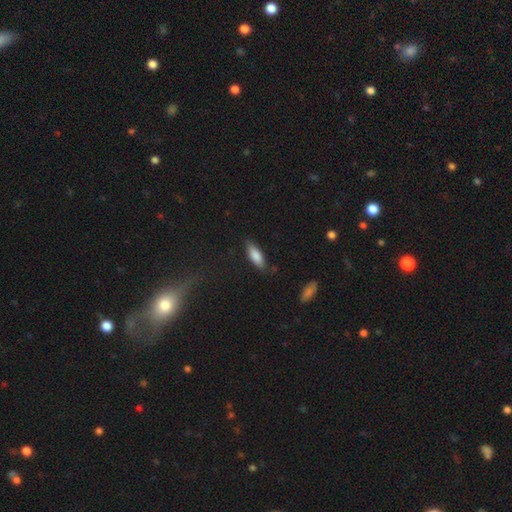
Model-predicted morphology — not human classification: Smooth or featured?
  - smooth: 81% *
  - featured or disk: 13%
  - star or artifact: 6%
How rounded?
  - in between: 58% *
  - cigar-shaped: 41%
  - round: 2%
Merging?
  - none: 79% *
  - minor disturbance: 16%
  - major disturbance: 3%
  - merger: 2%